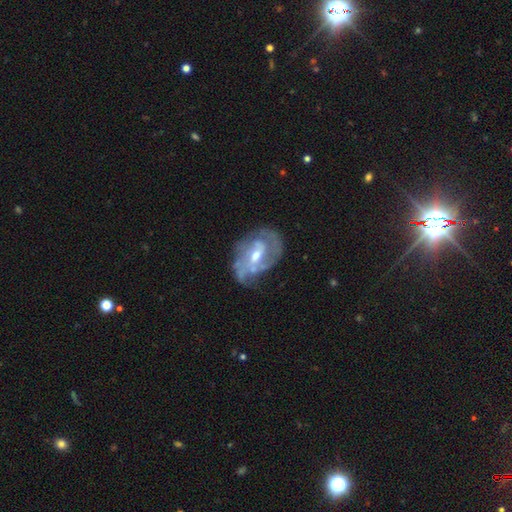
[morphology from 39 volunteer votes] type=featured or disk (92%); edge-on=no (97%); bar=weak (49%); spiral arms=yes (83%); winding=tight (38%, tied with medium); arm count=2 (48%); bulge=moderate (57%); merging=major disturbance (38%).